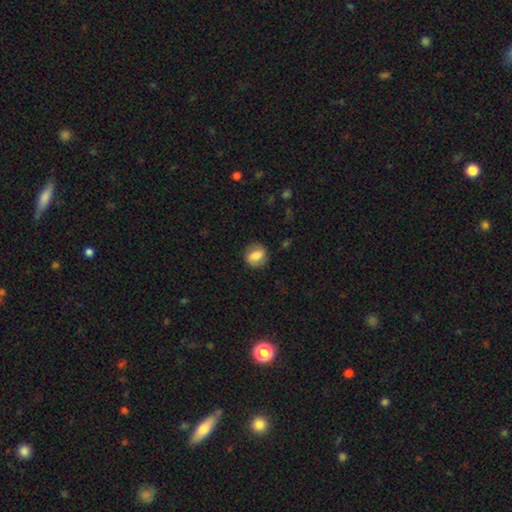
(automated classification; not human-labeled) smooth_or_featured: smooth (p=0.73) [alt: featured or disk p=0.19]
how_rounded: in between (p=0.49) [alt: round p=0.48]
merging: none (p=0.81) [alt: minor disturbance p=0.13]